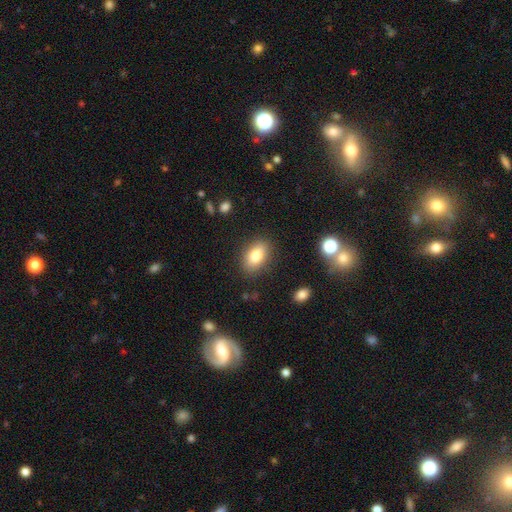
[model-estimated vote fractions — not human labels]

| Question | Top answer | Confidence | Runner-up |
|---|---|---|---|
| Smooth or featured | smooth | 80% | featured or disk (11%) |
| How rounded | in between | 85% | round (13%) |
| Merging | none | 85% | minor disturbance (10%) |